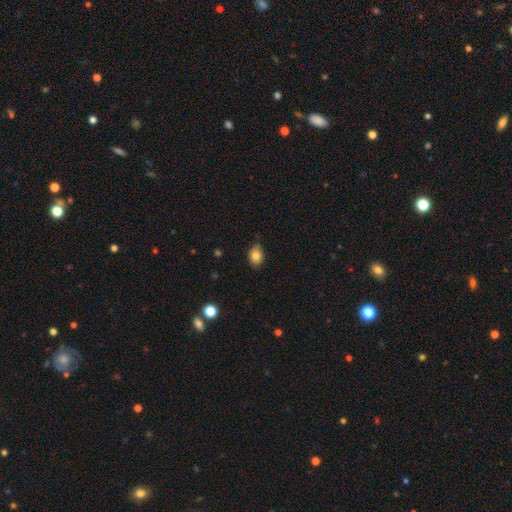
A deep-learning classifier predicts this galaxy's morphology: smooth 82%, star or artifact 9%, featured or disk 9%. Down the decision tree: how rounded — in between (70%); merging — none (80%).